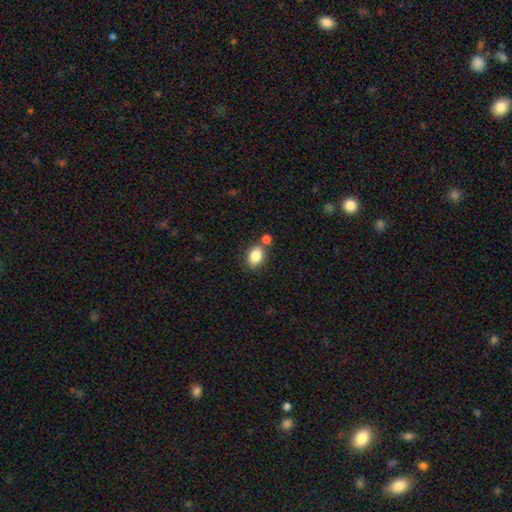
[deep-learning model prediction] This is clearly a smooth galaxy (85%). How rounded: likely in between (74%). Merging: likely none (66%).